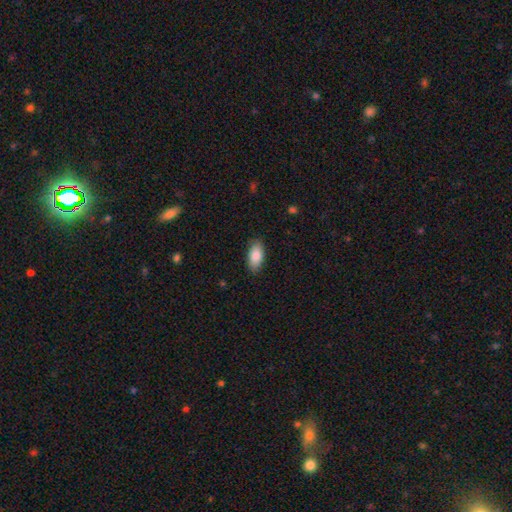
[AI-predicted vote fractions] A smooth galaxy with no disk features (86%) that is in between round and cigar-shaped (90%). Merging: none (87%).